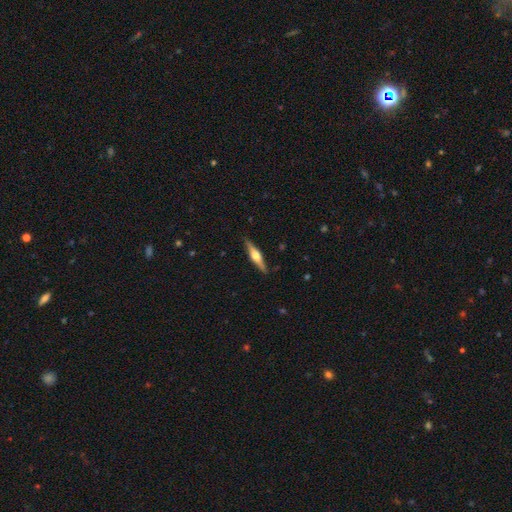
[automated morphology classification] This is likely a featured or disk galaxy (67%). It is clearly viewed edge-on (97%). Edge-on bulge: clearly rounded (92%). Merging: clearly none (89%).